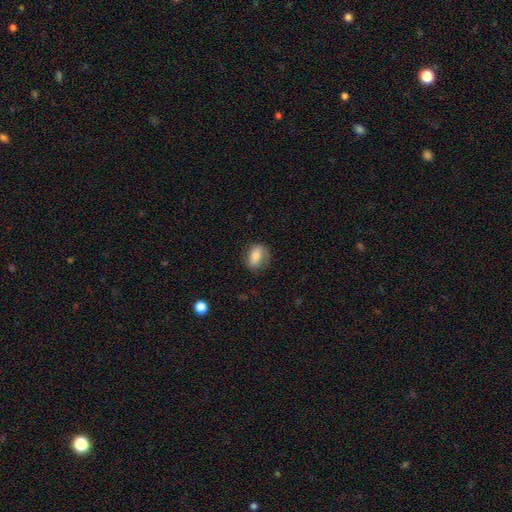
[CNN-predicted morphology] This is likely a smooth galaxy (73%). How rounded: likely in between (74%). Merging: likely none (70%).